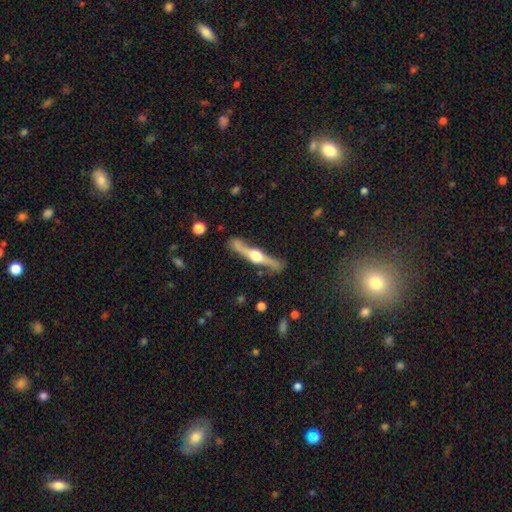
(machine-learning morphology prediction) Q: Smooth or featured?
A: featured or disk (81%); runner-up: smooth (14%)
Q: Edge-on disk?
A: yes (96%); runner-up: no (4%)
Q: Edge-on bulge?
A: rounded (94%); runner-up: boxy (4%)
Q: Merging?
A: none (82%); runner-up: minor disturbance (12%)